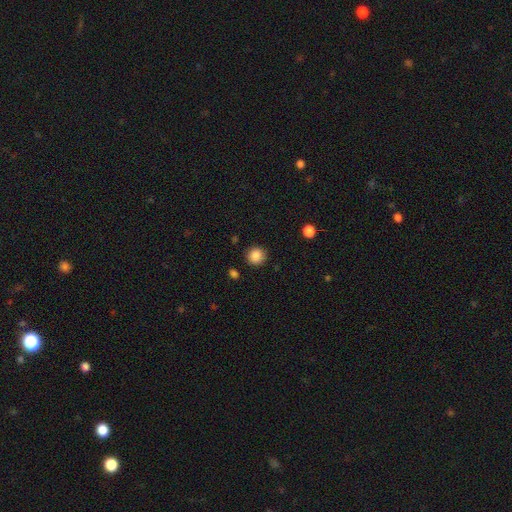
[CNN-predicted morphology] Q: Smooth or featured?
A: smooth (87%); runner-up: star or artifact (10%)
Q: How rounded?
A: round (92%); runner-up: in between (7%)
Q: Merging?
A: none (88%); runner-up: minor disturbance (8%)